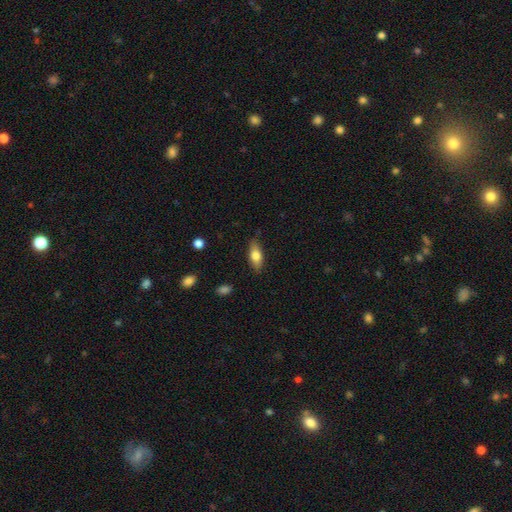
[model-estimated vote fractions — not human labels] This appears to be a smooth galaxy with no disk features (73%) that is in between round and cigar-shaped (77%). Merging: none (81%).